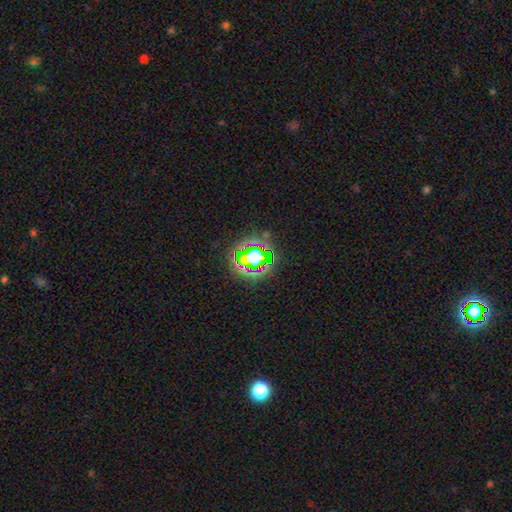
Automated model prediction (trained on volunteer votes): A star or artifact, not a galaxy (61%).